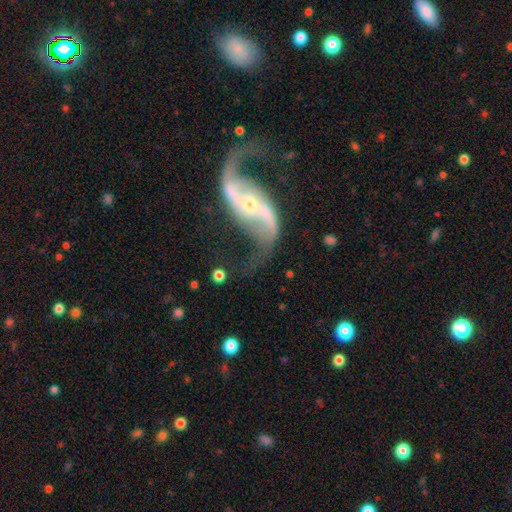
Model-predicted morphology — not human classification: smooth-or-featured: featured or disk: 92% | star or artifact: 5% | smooth: 3%
  disk-edge-on: no: 96% | yes: 4%
    bar: strong: 43% | weak: 30% | no: 27%
    has-spiral-arms: yes: 98% | no: 2%
      spiral-winding: loose: 80% | medium: 16% | tight: 4%
      spiral-arm-count: 2: 94% | 1: 1% | can't tell: 1% | 3: 1% | 4: 1% | more than 4: 1%
    bulge-size: small: 67% | moderate: 27% | large: 2% | none: 2% | dominant: 1%
  merging: none: 74% | minor disturbance: 13% | major disturbance: 10% | merger: 3%